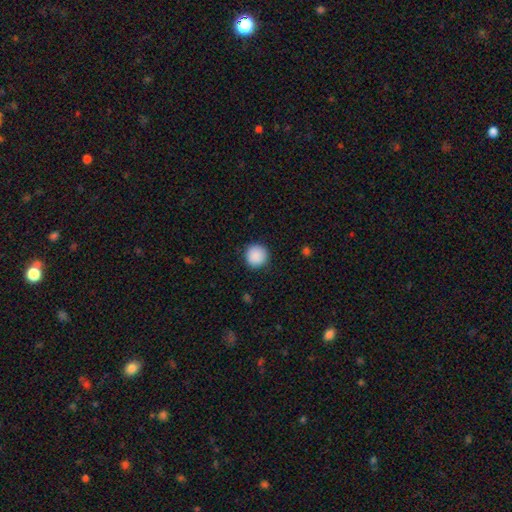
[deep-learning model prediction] Morphology: type=smooth (90%); roundness=round (95%); merging=none (90%).